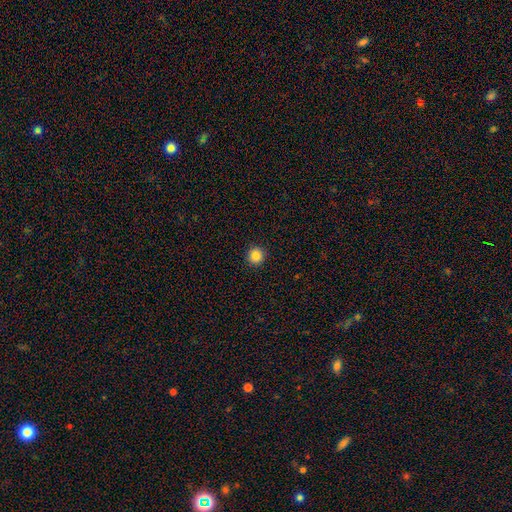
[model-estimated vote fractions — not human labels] A smooth galaxy with no disk features (86%) that is round (95%).

Vote fractions:
- Smooth or featured? smooth: 86% / star or artifact: 11% / featured or disk: 4%
- How rounded? round: 95% / in between: 4% / cigar-shaped: 1%
- Merging? none: 93% / minor disturbance: 5% / major disturbance: 2% / merger: 1%